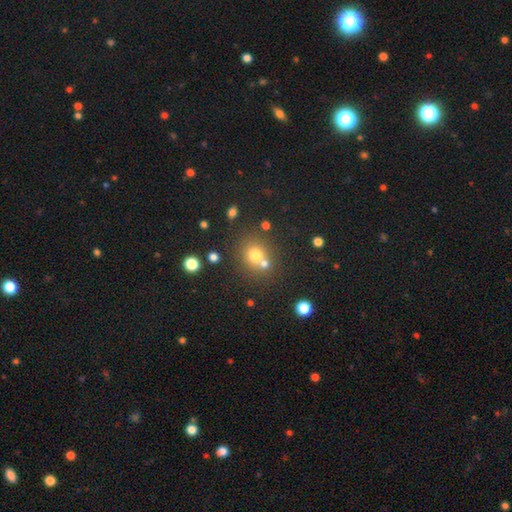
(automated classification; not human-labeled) smooth_or_featured: smooth (p=0.71) [alt: star or artifact p=0.17]
how_rounded: round (p=0.83) [alt: in between p=0.16]
merging: none (p=0.59) [alt: merger p=0.29]